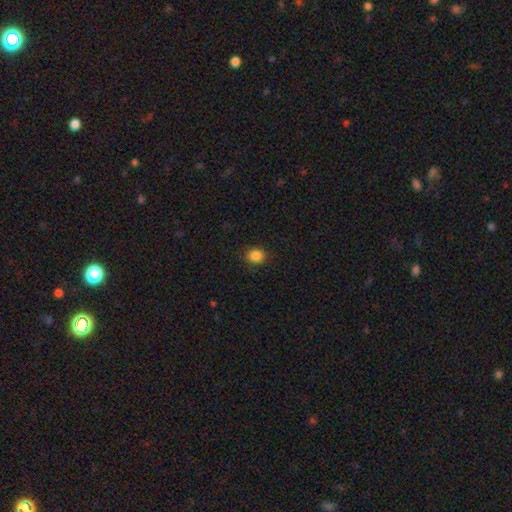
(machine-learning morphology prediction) A smooth galaxy with no disk features (86%) that is round (79%).

Vote fractions:
- Smooth or featured? smooth: 86% / star or artifact: 11% / featured or disk: 3%
- How rounded? round: 79% / in between: 20% / cigar-shaped: 1%
- Merging? none: 88% / minor disturbance: 8% / major disturbance: 2% / merger: 1%